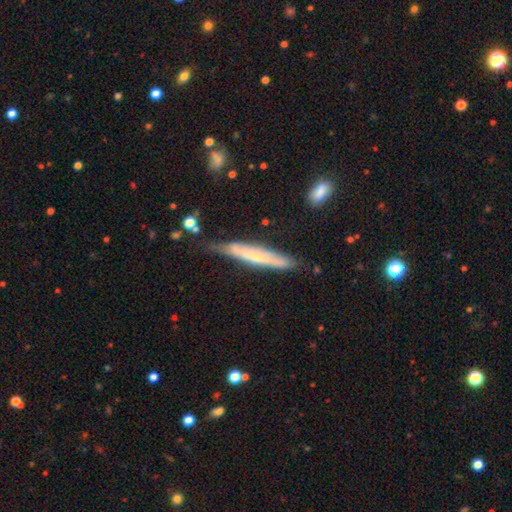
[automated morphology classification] Smooth or featured?
  - featured or disk: 54% *
  - smooth: 40%
  - star or artifact: 7%
Edge-on disk?
  - yes: 82% *
  - no: 18%
Merging?
  - none: 65% *
  - minor disturbance: 26%
  - major disturbance: 6%
  - merger: 3%